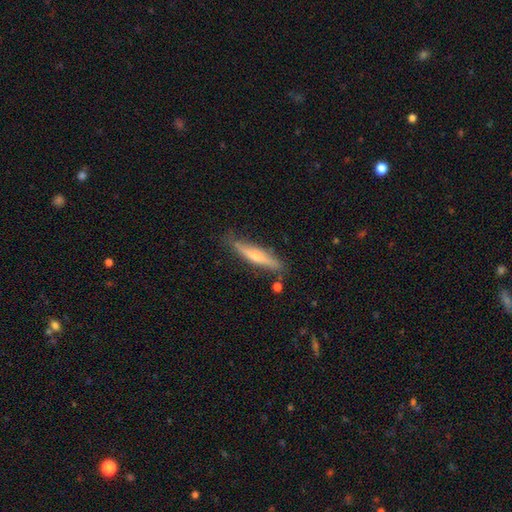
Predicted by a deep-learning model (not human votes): smooth-or-featured: featured or disk: 52% | smooth: 39% | star or artifact: 9%
  disk-edge-on: yes: 88% | no: 12%
  merging: none: 80% | minor disturbance: 15% | major disturbance: 3% | merger: 2%